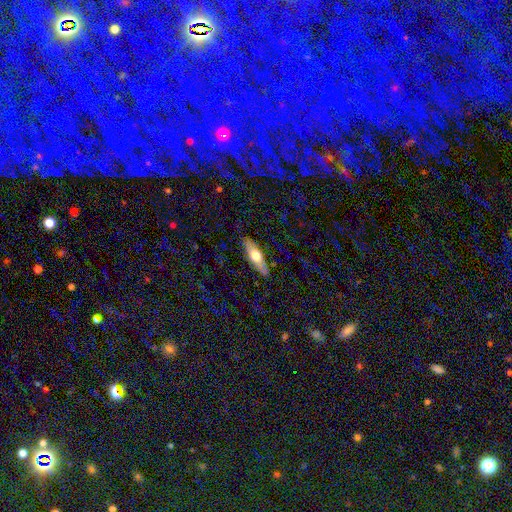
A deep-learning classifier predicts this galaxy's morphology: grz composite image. It shows a smooth galaxy with no disk features (56%) that is cigar-shaped (55%). Merging: none (88%).